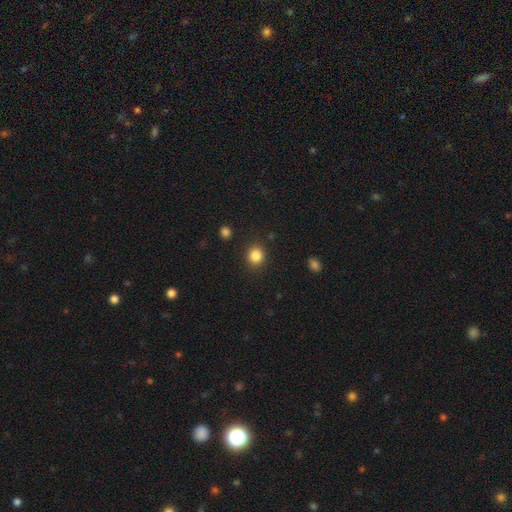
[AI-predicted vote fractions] Overall: smooth (85%). How rounded: round (83%). Merging: none (89%).